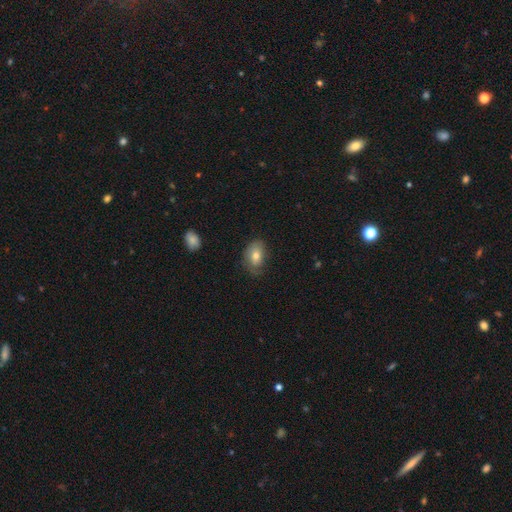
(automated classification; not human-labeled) A smooth galaxy with no disk features (69%) that is in between round and cigar-shaped (82%). Merging: none (61%).